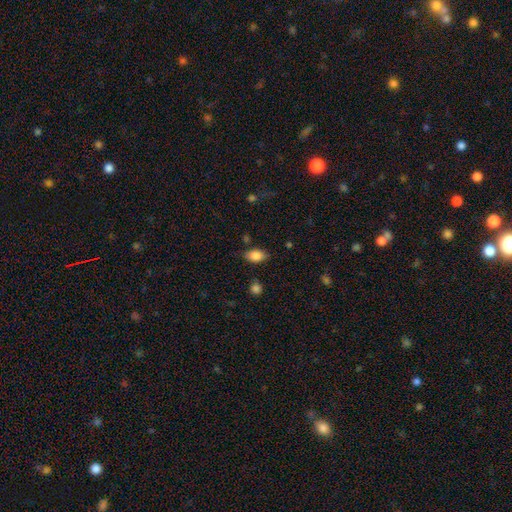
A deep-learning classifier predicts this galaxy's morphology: A smooth galaxy with no disk features (86%) that is in between round and cigar-shaped (89%).

Vote fractions:
- Smooth or featured? smooth: 86% / star or artifact: 8% / featured or disk: 6%
- How rounded? in between: 89% / round: 9% / cigar-shaped: 3%
- Merging? none: 78% / minor disturbance: 16% / major disturbance: 4% / merger: 3%